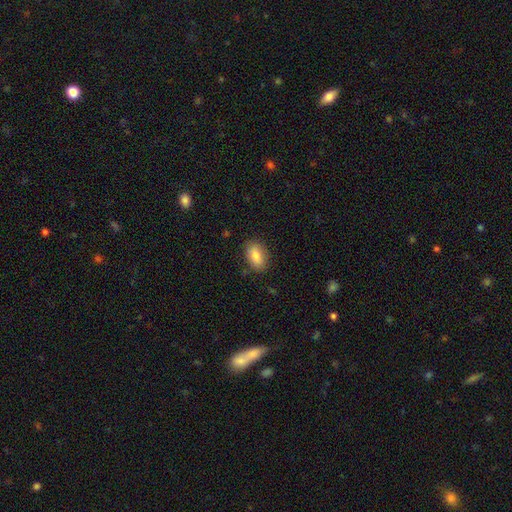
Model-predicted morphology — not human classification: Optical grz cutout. It shows a smooth galaxy with no disk features (85%) that is in between round and cigar-shaped (91%). Merging: none (85%).